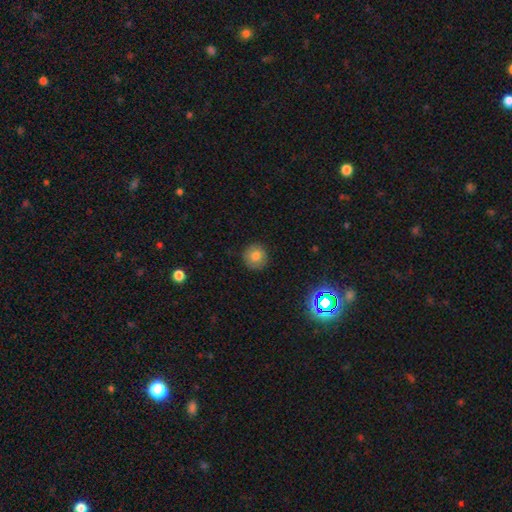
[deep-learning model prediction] A smooth galaxy with no disk features (77%) that is round (93%). Merging: none (89%).